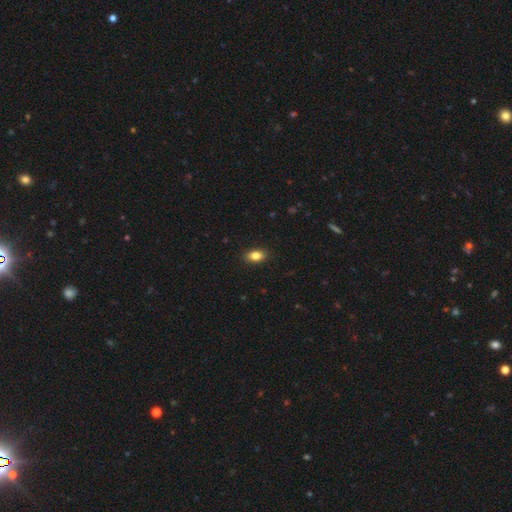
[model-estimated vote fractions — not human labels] smooth 84%, star or artifact 9%, featured or disk 8%. Down the decision tree: how rounded — in between (85%); merging — none (89%).